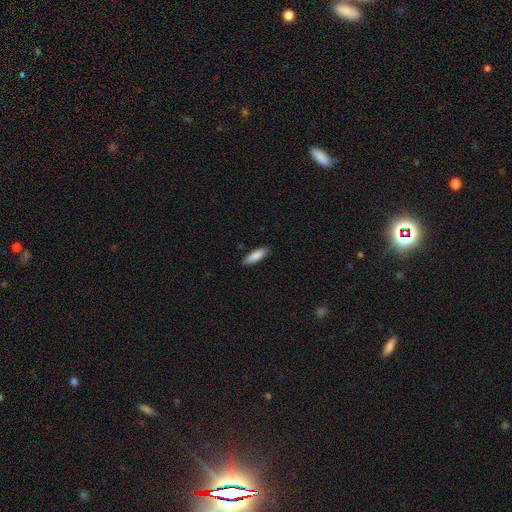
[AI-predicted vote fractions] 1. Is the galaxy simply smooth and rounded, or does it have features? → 87% smooth, 8% featured or disk, 6% star or artifact.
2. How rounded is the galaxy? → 55% cigar-shaped, 44% in between, 1% round.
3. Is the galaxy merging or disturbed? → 88% none, 9% minor disturbance, 2% major disturbance, 1% merger.